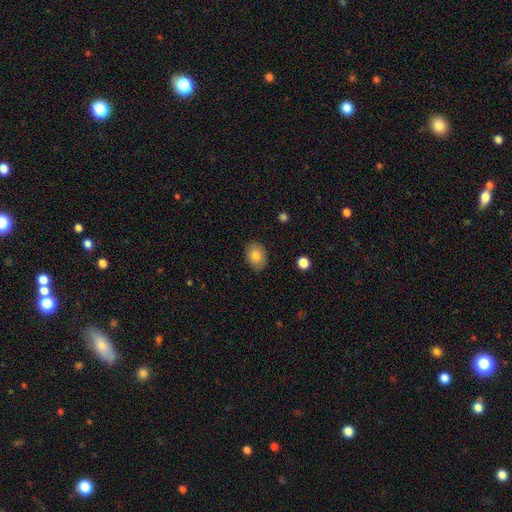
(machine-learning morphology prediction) Smooth or featured? Predicted: smooth (p=0.81). How rounded? Predicted: in between (p=0.67). Merging? Predicted: none (p=0.86).